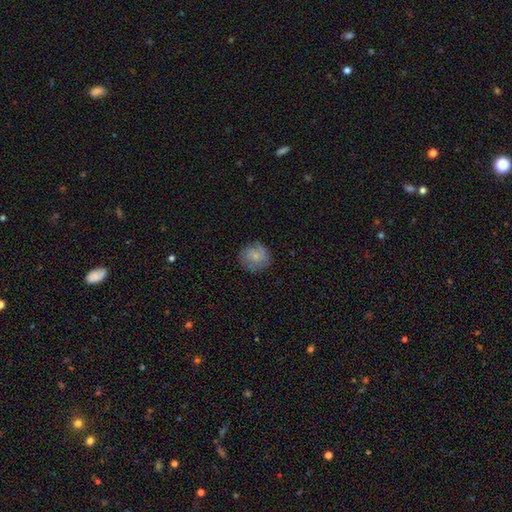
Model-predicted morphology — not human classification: A smooth galaxy with no disk features (71%) that is round (86%).

Vote fractions:
- Smooth or featured? smooth: 71% / featured or disk: 21% / star or artifact: 8%
- How rounded? round: 86% / in between: 13% / cigar-shaped: 1%
- Merging? none: 80% / minor disturbance: 15% / major disturbance: 4% / merger: 1%